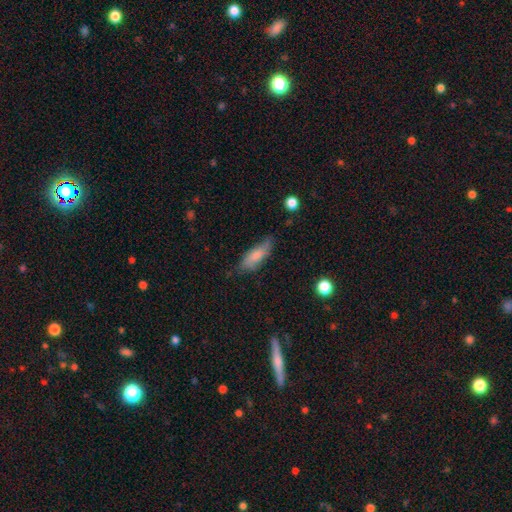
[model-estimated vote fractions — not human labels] Smooth or featured? Predicted: smooth (p=0.75). How rounded? Predicted: in between (p=0.60). Merging? Predicted: none (p=0.63).